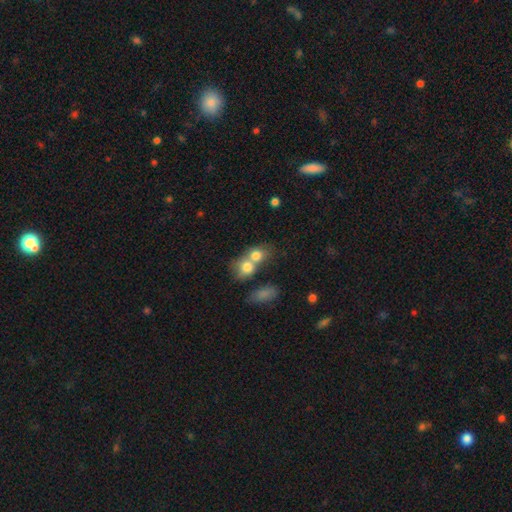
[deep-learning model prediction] Smooth or featured? Predicted: smooth (p=0.76). How rounded? Predicted: round (p=0.58). Merging? Predicted: merger (p=0.67).